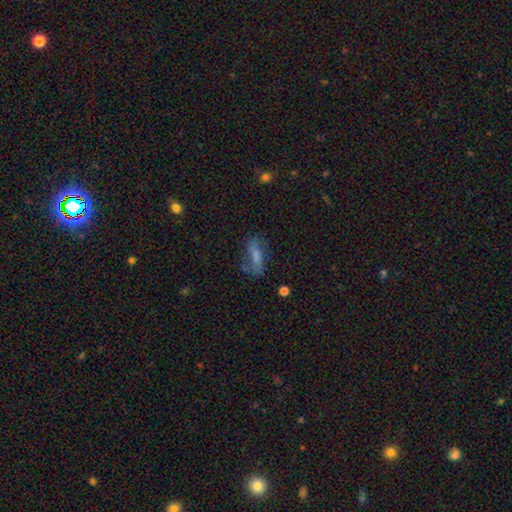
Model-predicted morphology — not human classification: type=smooth (50%); merging=none (57%).